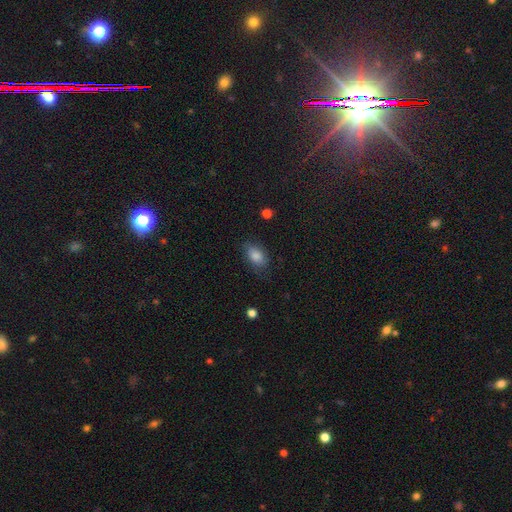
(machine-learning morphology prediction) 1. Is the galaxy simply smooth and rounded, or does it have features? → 80% smooth, 11% featured or disk, 9% star or artifact.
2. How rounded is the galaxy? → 89% in between, 8% round, 3% cigar-shaped.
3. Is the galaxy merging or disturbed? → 72% none, 21% minor disturbance, 6% major disturbance, 1% merger.